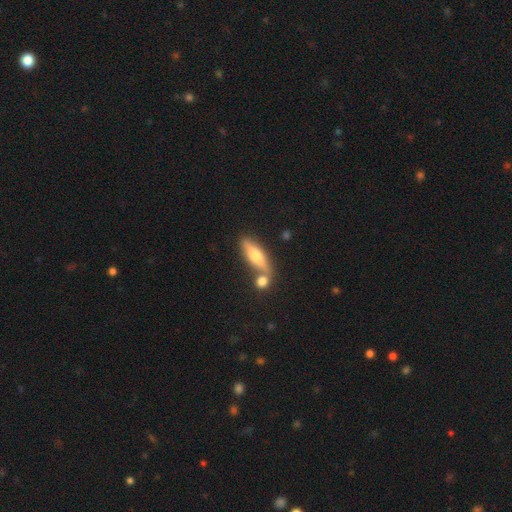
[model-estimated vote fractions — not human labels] Q: Smooth or featured?
A: smooth (54%); runner-up: featured or disk (39%)
Q: How rounded?
A: cigar-shaped (60%); runner-up: in between (36%)
Q: Merging?
A: none (66%); runner-up: merger (19%)